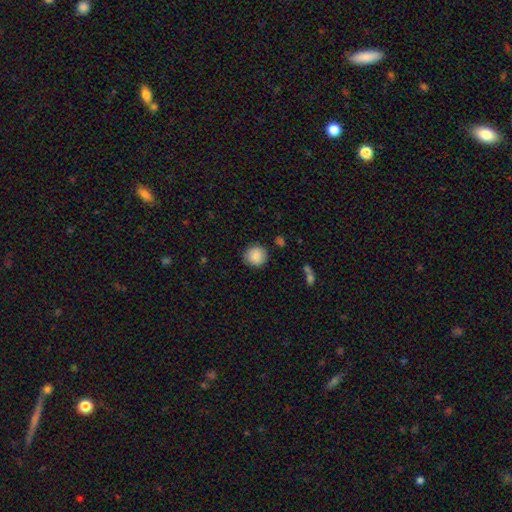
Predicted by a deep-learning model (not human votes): Overall: smooth (88%). How rounded: round (90%). Merging: none (87%).